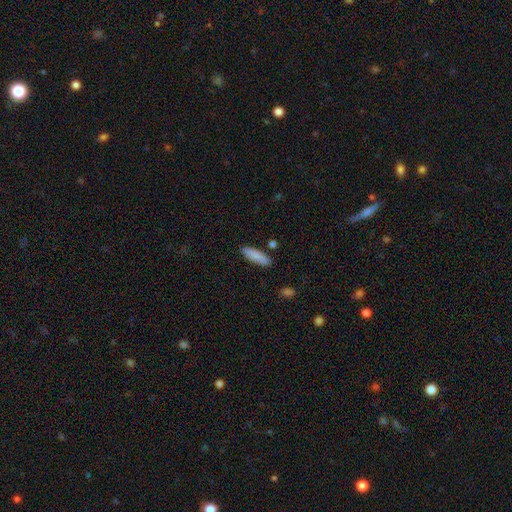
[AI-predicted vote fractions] Overall: smooth (87%). How rounded: cigar-shaped (57%; in between 41%). Merging: none (85%).